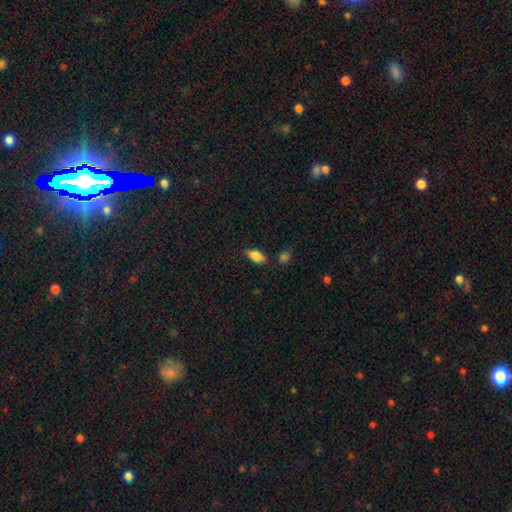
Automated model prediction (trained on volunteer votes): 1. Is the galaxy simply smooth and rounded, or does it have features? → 82% smooth, 11% featured or disk, 7% star or artifact.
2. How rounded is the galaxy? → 87% in between, 10% cigar-shaped, 3% round.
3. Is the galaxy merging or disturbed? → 77% none, 15% minor disturbance, 4% merger, 3% major disturbance.